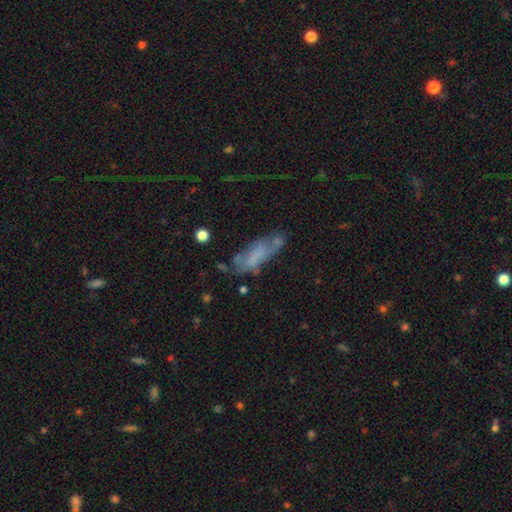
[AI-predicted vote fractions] smooth_or_featured: smooth (p=0.49) [alt: featured or disk p=0.40]
merging: none (p=0.43) [alt: minor disturbance p=0.25]